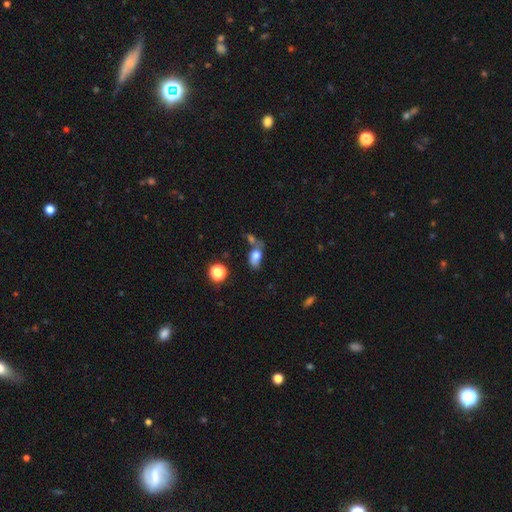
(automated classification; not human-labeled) This appears to be a smooth galaxy with no disk features (76%) that is in between round and cigar-shaped (85%). Merging: none (38%).